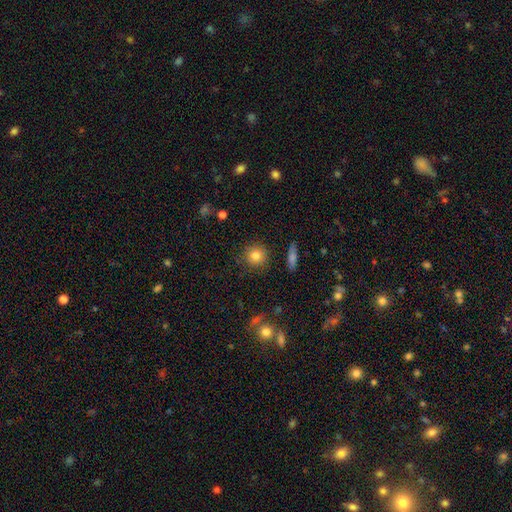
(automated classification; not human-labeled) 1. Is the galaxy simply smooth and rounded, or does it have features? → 81% smooth, 10% star or artifact, 8% featured or disk.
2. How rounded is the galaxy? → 92% round, 7% in between, 1% cigar-shaped.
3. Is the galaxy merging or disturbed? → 88% none, 8% minor disturbance, 2% major disturbance, 2% merger.